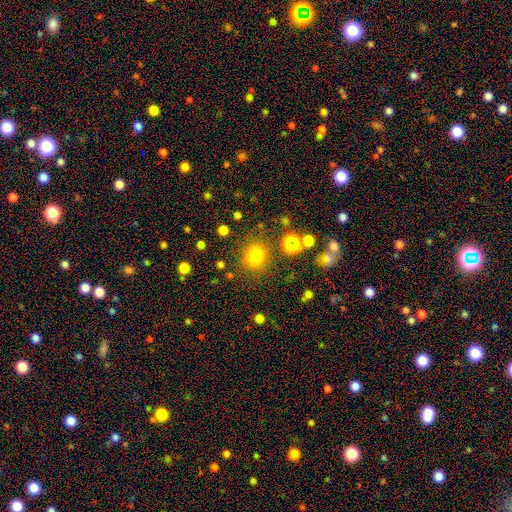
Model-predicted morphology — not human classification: Smooth or featured?
  - smooth: 76% *
  - star or artifact: 17%
  - featured or disk: 7%
How rounded?
  - round: 83% *
  - in between: 16%
  - cigar-shaped: 1%
Merging?
  - none: 82% *
  - minor disturbance: 10%
  - major disturbance: 4%
  - merger: 4%